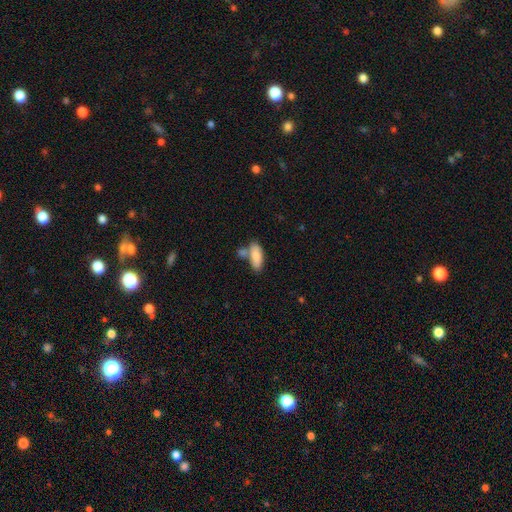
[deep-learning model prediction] Morphology: type=smooth (82%); roundness=in between (79%); merging=none (49%).